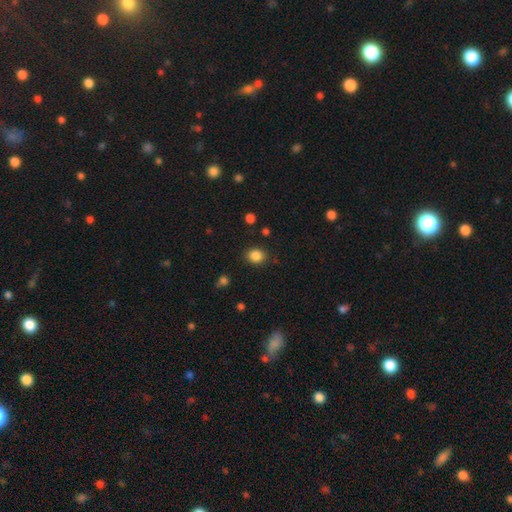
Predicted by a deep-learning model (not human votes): Smooth or featured? Predicted: smooth (p=0.86). How rounded? Predicted: round (p=0.71). Merging? Predicted: none (p=0.86).